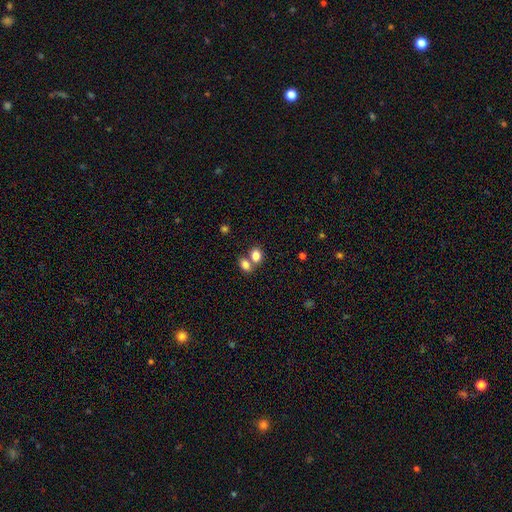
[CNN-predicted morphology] Smooth or featured? Predicted: smooth (p=0.82). How rounded? Predicted: in between (p=0.62). Merging? Predicted: merger (p=0.48).